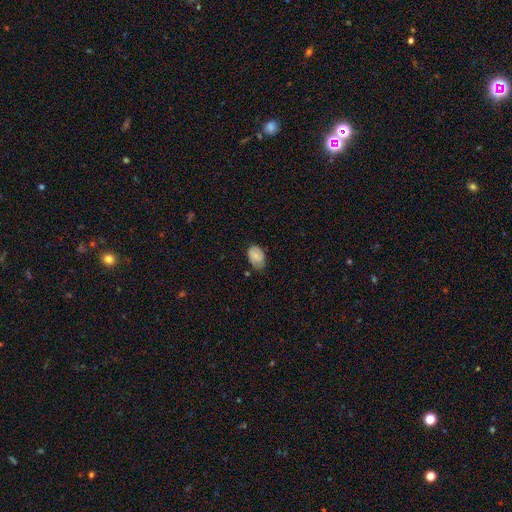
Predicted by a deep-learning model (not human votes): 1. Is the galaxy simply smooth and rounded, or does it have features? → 71% smooth, 21% featured or disk, 8% star or artifact.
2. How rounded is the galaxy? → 85% in between, 14% round, 1% cigar-shaped.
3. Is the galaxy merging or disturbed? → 58% none, 33% minor disturbance, 7% major disturbance, 2% merger.